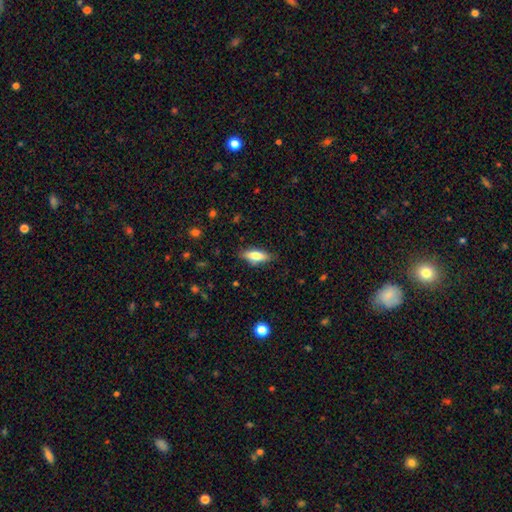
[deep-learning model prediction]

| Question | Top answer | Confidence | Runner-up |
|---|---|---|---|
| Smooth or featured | smooth | 72% | featured or disk (21%) |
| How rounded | in between | 63% | cigar-shaped (35%) |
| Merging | none | 83% | minor disturbance (13%) |